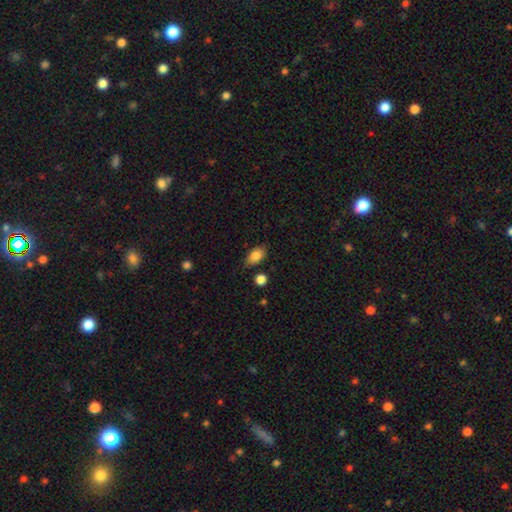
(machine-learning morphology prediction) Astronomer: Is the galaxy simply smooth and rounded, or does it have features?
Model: smooth — 84%.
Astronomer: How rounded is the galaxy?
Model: in between — 88%.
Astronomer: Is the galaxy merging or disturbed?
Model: none — 76%.